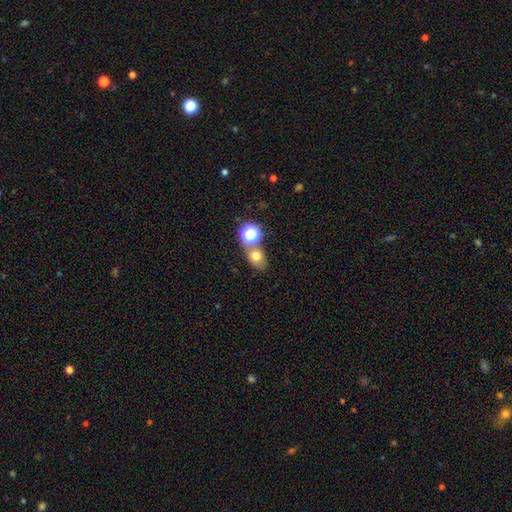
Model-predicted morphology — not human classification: This is likely a smooth galaxy (70%). How rounded: possibly in between (53%). Merging: possibly none (54%).